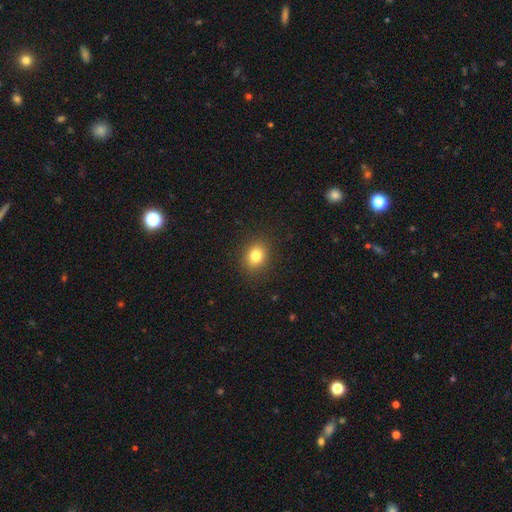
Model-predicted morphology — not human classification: The model was most divided on "how rounded": round: 63%, in between: 36%, cigar-shaped: 1%. More confident: merging — none (89%); smooth or featured — smooth (81%).